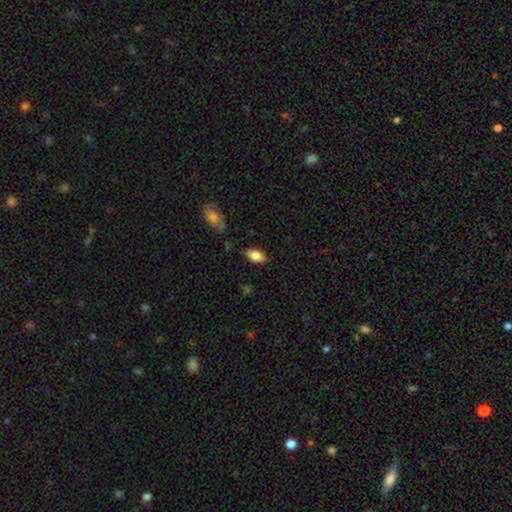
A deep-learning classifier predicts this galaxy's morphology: This appears to be a smooth galaxy with no disk features (82%) that is in between round and cigar-shaped (91%). Merging: none (83%).